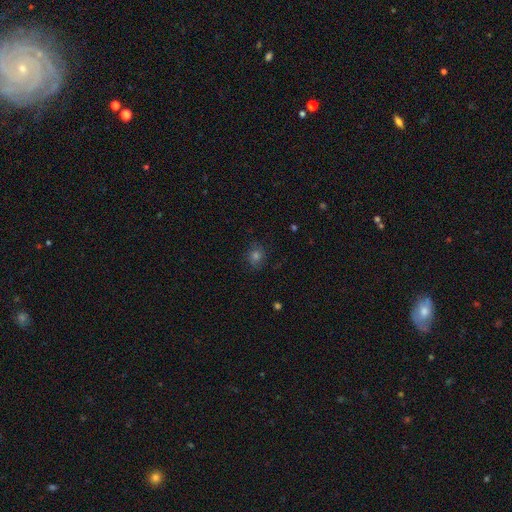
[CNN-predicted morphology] type=smooth (57%); roundness=round (79%); merging=none (83%).